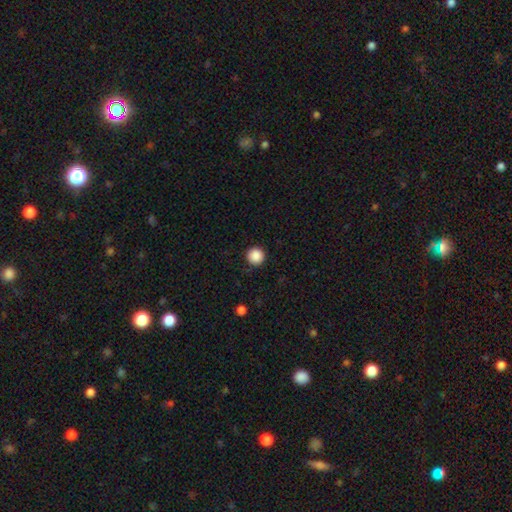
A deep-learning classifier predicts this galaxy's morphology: Q: Smooth or featured?
A: smooth (88%); runner-up: star or artifact (9%)
Q: How rounded?
A: round (96%); runner-up: in between (3%)
Q: Merging?
A: none (91%); runner-up: minor disturbance (6%)